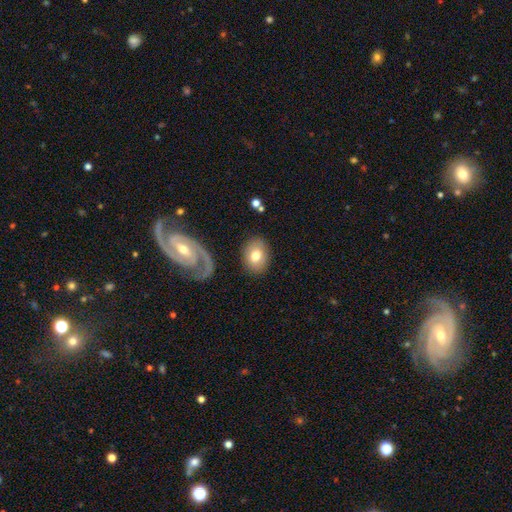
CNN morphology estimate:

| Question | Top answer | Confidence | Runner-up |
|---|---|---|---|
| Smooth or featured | smooth | 71% | featured or disk (21%) |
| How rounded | in between | 68% | round (30%) |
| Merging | none | 82% | minor disturbance (10%) |